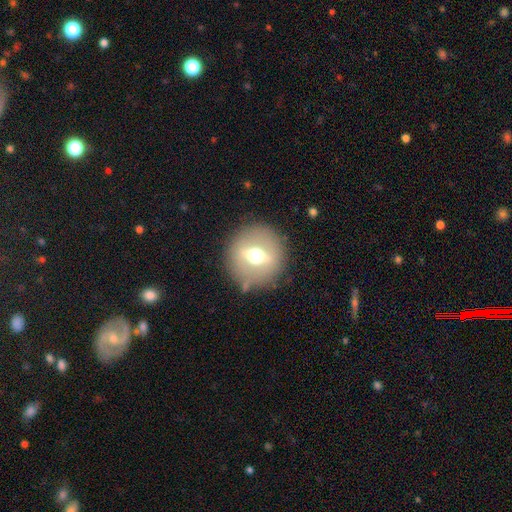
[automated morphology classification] Smooth or featured? featured or disk (59%)
Edge-on disk? no (61%)
Merging? none (84%)